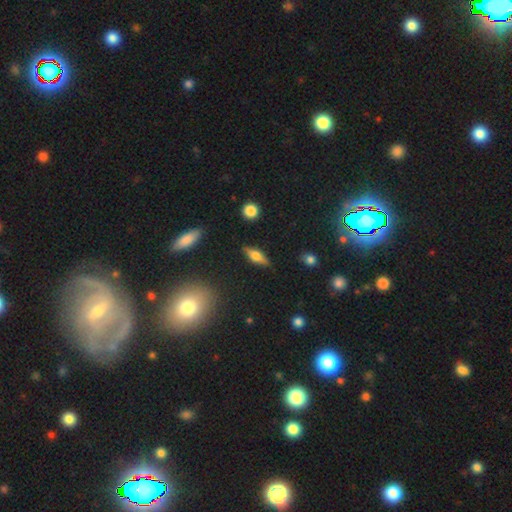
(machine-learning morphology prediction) smooth-or-featured: featured or disk: 53% | smooth: 40% | star or artifact: 8%
  disk-edge-on: yes: 92% | no: 8%
  merging: none: 85% | minor disturbance: 10% | major disturbance: 3% | merger: 2%